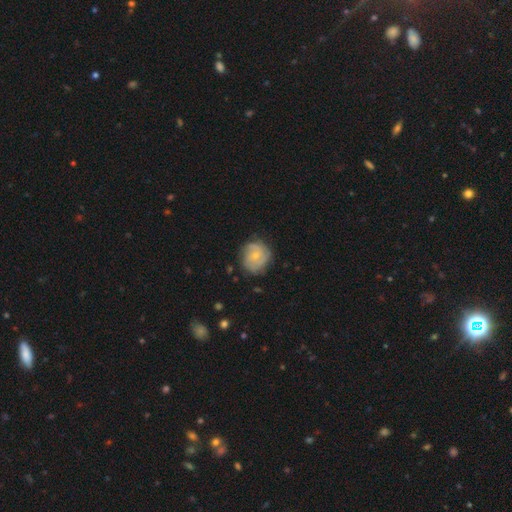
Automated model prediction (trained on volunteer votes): A featured or disk galaxy (62%) with no bar (71%), tight (54%) spiral arms (87%) and a small central bulge (67%).

Vote fractions:
- Smooth or featured? featured or disk: 62% / smooth: 31% / star or artifact: 6%
- Edge-on disk? no: 98% / yes: 2%
- Bar? no: 71% / weak: 25% / strong: 4%
- Spiral arms? yes: 87% / no: 13%
- Spiral winding? tight: 54% / medium: 35% / loose: 12%
- Spiral arm count? can't tell: 33% / 2: 30% / 3: 22% / 4: 6% / 1: 5% / more than 4: 4%
- Bulge size? small: 67% / moderate: 29% / none: 3% / large: 1% / dominant: 1%
- Merging? none: 74% / minor disturbance: 19% / major disturbance: 5% / merger: 1%